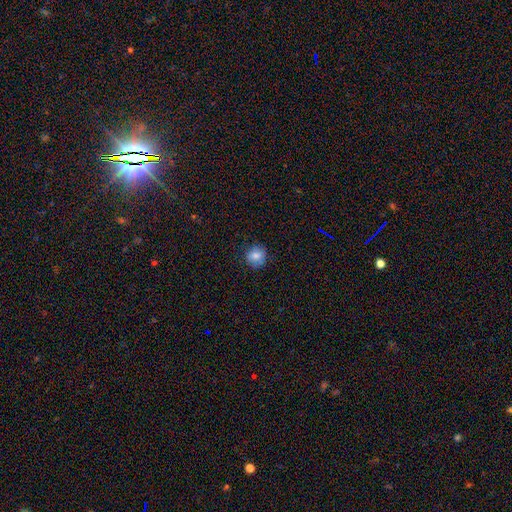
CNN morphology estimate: smooth-or-featured: smooth: 78% | featured or disk: 12% | star or artifact: 11%
  how-rounded: round: 79% | in between: 20% | cigar-shaped: 1%
  merging: none: 80% | minor disturbance: 15% | major disturbance: 4% | merger: 1%